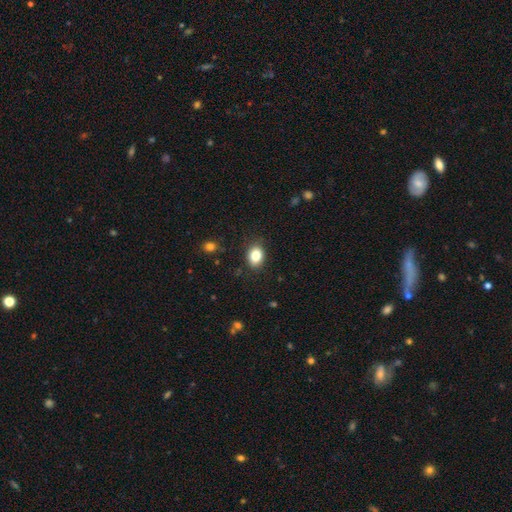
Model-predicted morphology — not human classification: Smooth or featured? smooth (83%)
How rounded? in between (68%)
Merging? none (85%)